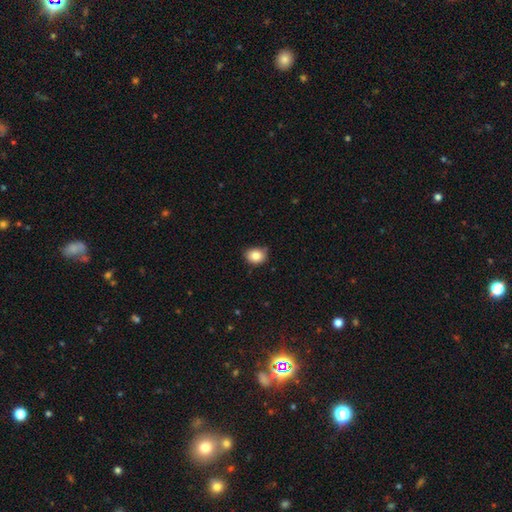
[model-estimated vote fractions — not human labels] This appears to be a smooth galaxy with no disk features (84%) that is round (51%). Merging: none (78%).